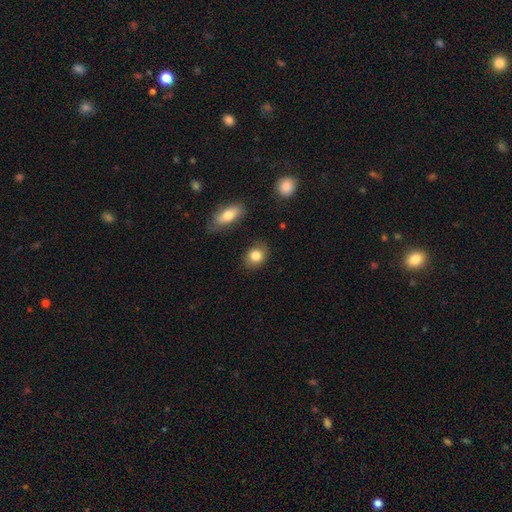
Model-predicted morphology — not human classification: Smooth or featured? smooth (83%)
How rounded? in between (50%)
Merging? none (83%)